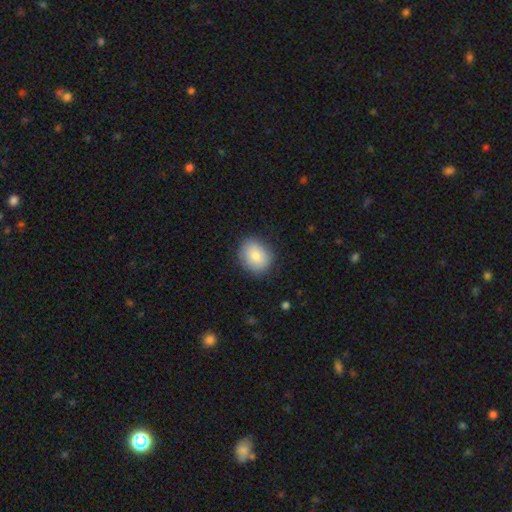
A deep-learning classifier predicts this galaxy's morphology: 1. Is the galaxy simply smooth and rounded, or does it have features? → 81% smooth, 11% featured or disk, 7% star or artifact.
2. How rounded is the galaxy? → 58% round, 41% in between, 1% cigar-shaped.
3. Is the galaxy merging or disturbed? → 83% none, 12% minor disturbance, 3% major disturbance, 1% merger.